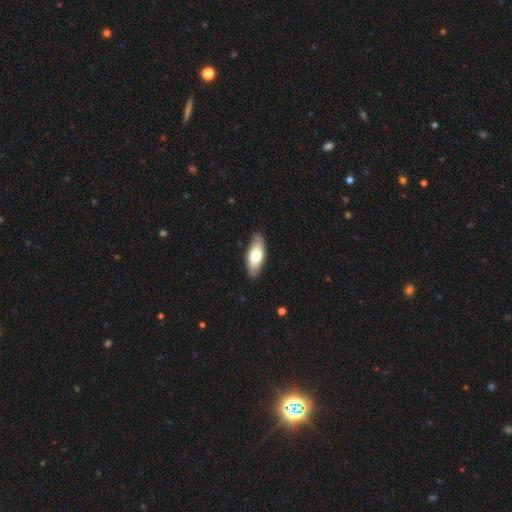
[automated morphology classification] A smooth galaxy with no disk features (70%) that is in between round and cigar-shaped (77%). Merging: none (86%).